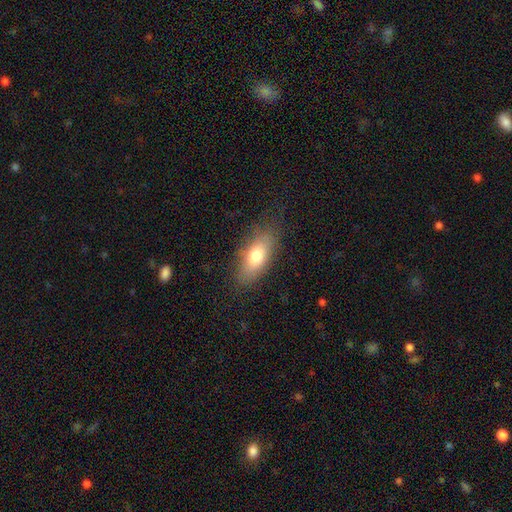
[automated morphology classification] smooth_or_featured: smooth (p=0.72) [alt: featured or disk p=0.20]
how_rounded: in between (p=0.79) [alt: cigar-shaped p=0.17]
merging: none (p=0.77) [alt: minor disturbance p=0.16]